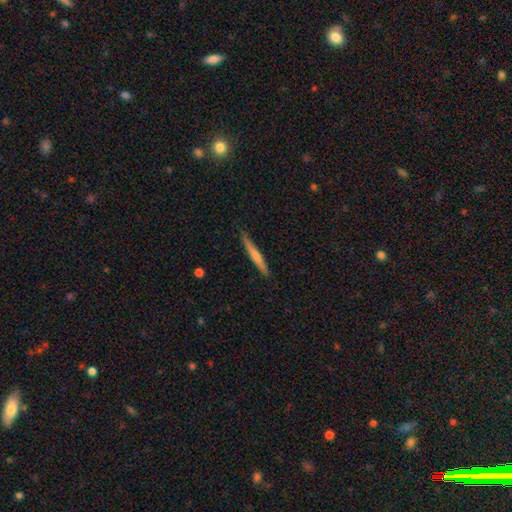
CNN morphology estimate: Smooth or featured? smooth (59%)
How rounded? cigar-shaped (96%)
Merging? none (86%)